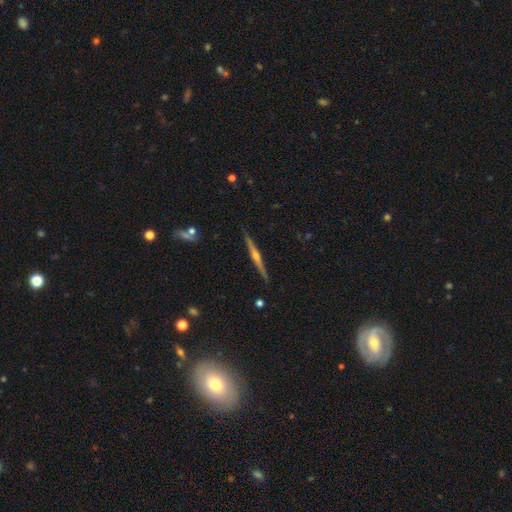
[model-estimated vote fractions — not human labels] Smooth or featured? featured or disk (80%)
Edge-on disk? yes (98%)
Edge-on bulge? rounded (84%)
Merging? none (91%)